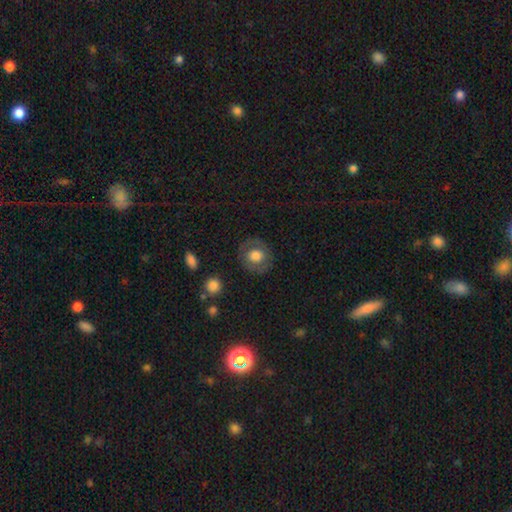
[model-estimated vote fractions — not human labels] The model was most divided on "smooth or featured": smooth: 62%, featured or disk: 30%, star or artifact: 8%. More confident: how rounded — round (84%); merging — none (82%).